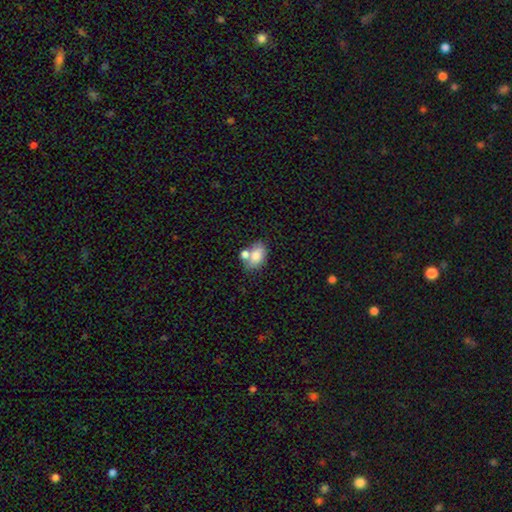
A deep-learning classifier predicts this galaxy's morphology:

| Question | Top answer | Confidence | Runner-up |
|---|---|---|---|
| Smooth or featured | smooth | 77% | featured or disk (14%) |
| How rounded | in between | 85% | round (14%) |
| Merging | none | 46% | merger (33%) |